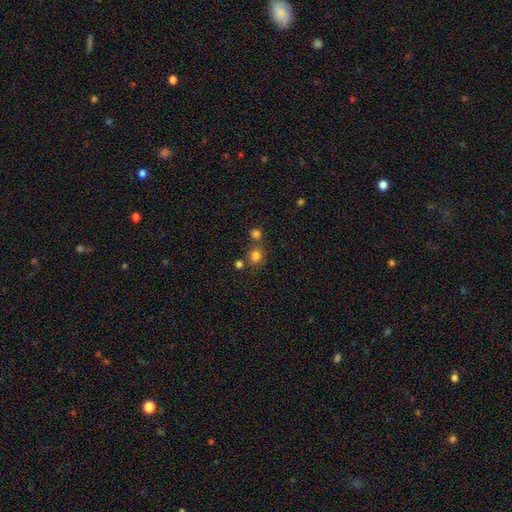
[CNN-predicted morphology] A smooth galaxy with no disk features (79%) that is round (85%).

Vote fractions:
- Smooth or featured? smooth: 79% / star or artifact: 15% / featured or disk: 6%
- How rounded? round: 85% / in between: 14% / cigar-shaped: 1%
- Merging? none: 71% / merger: 17% / minor disturbance: 9% / major disturbance: 4%